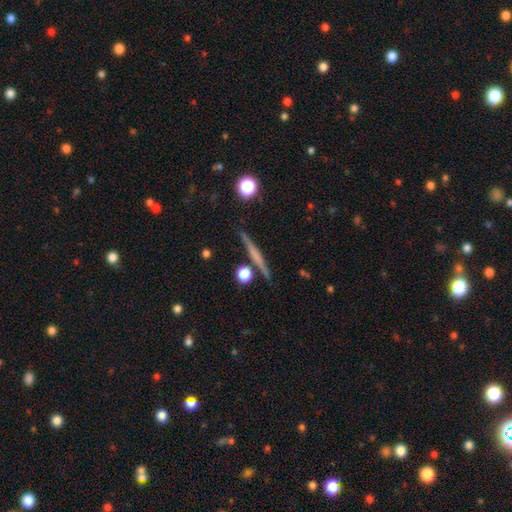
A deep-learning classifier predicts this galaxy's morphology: Overall: featured or disk (54%; smooth 38%). Edge-on disk: yes (97%). Edge-on bulge: none (71%). Merging: none (88%).